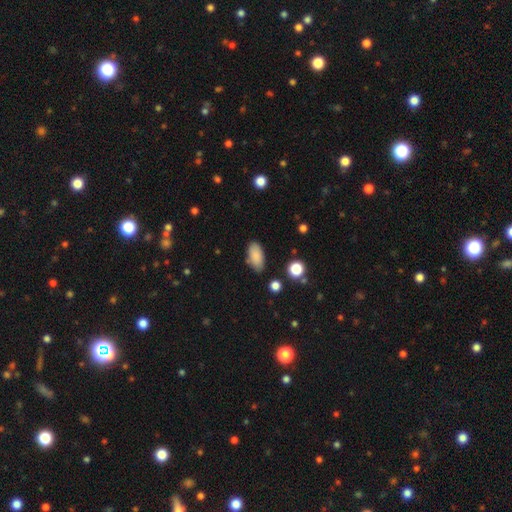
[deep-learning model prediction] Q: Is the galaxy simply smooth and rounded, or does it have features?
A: smooth — 87%.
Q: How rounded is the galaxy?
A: in between — 91%.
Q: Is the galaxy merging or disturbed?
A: none — 79%.